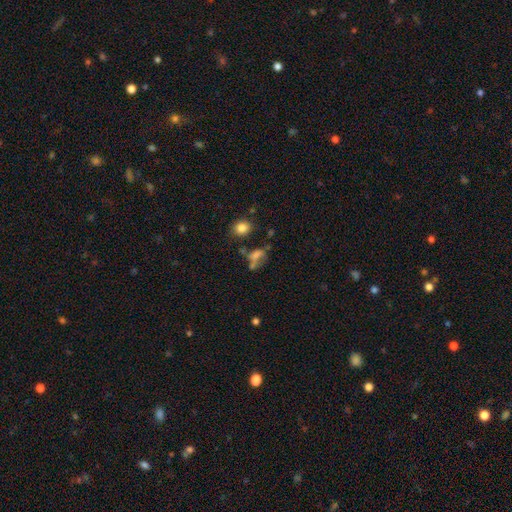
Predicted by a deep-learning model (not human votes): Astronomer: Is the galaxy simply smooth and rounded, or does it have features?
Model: smooth — 53%.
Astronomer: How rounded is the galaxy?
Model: in between — 70%.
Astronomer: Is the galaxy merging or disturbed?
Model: none — 35% (runner-up: major disturbance, 24%).